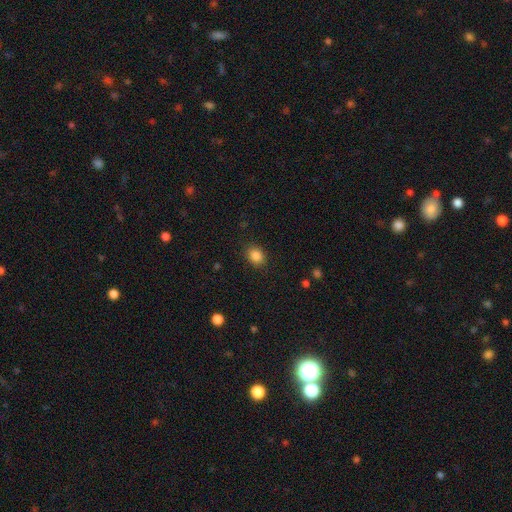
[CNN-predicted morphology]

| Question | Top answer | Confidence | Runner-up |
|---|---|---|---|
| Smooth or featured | smooth | 86% | star or artifact (10%) |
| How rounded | in between | 57% | round (42%) |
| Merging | none | 87% | minor disturbance (9%) |